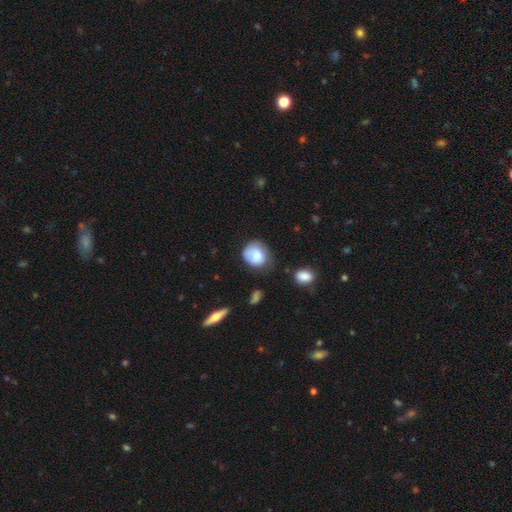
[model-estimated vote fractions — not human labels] This appears to be a smooth galaxy with no disk features (79%) that is round (70%). Merging: none (55%).